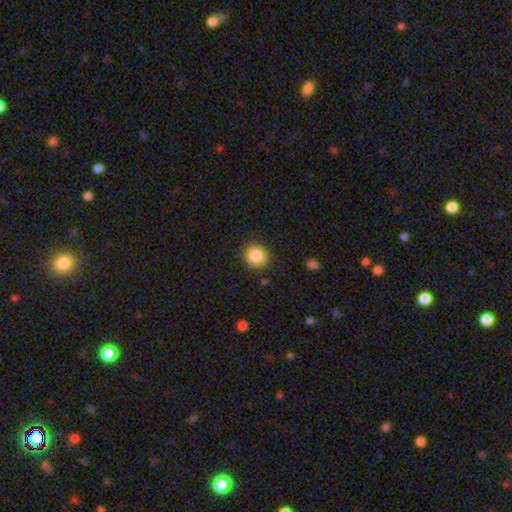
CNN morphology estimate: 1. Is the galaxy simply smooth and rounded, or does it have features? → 87% smooth, 9% star or artifact, 4% featured or disk.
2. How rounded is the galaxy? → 87% round, 12% in between, 1% cigar-shaped.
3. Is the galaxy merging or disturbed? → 89% none, 8% minor disturbance, 2% major disturbance, 1% merger.